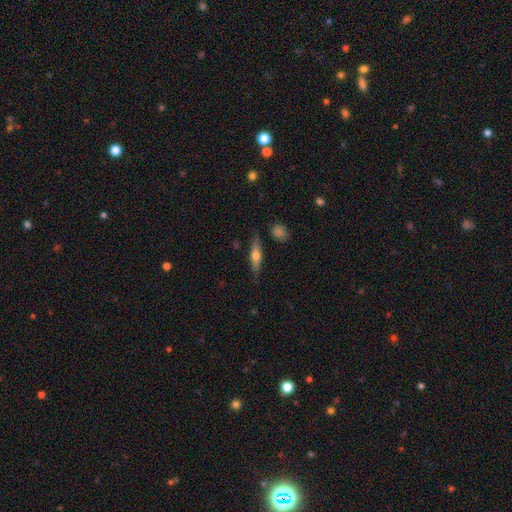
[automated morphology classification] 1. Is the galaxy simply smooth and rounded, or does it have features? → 51% smooth, 43% featured or disk, 6% star or artifact.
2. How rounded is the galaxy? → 70% cigar-shaped, 27% in between, 3% round.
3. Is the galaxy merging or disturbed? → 83% none, 12% minor disturbance, 3% major disturbance, 2% merger.